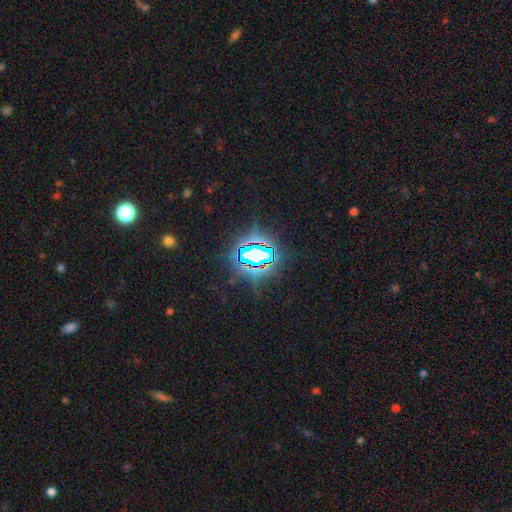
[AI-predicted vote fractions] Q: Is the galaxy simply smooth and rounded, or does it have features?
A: star or artifact — 77%.